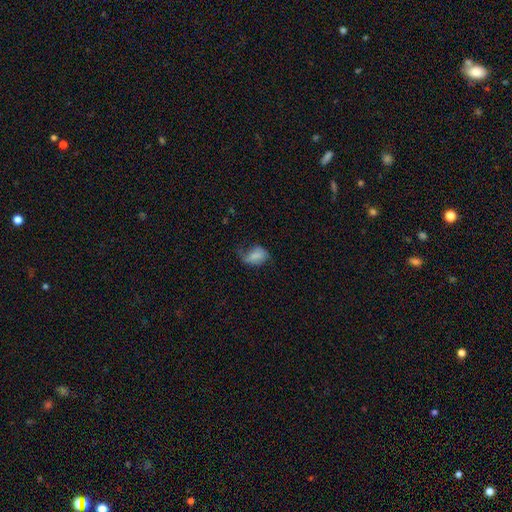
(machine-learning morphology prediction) Q: Smooth or featured?
A: smooth (72%); runner-up: featured or disk (19%)
Q: How rounded?
A: in between (86%); runner-up: round (12%)
Q: Merging?
A: minor disturbance (36%); tied with: none (36%)